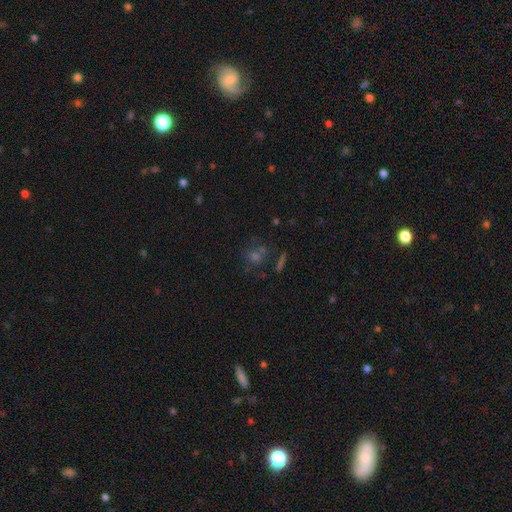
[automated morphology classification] Smooth or featured?
  - star or artifact: 40% *
  - smooth: 39%
  - featured or disk: 21%